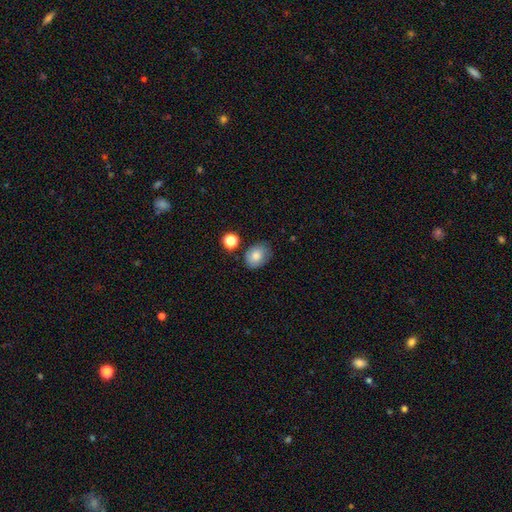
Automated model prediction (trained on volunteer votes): Smooth or featured: smooth — 81% (featured or disk — 10%)
How rounded: in between — 67% (round — 32%)
Merging: none — 75% (minor disturbance — 16%)